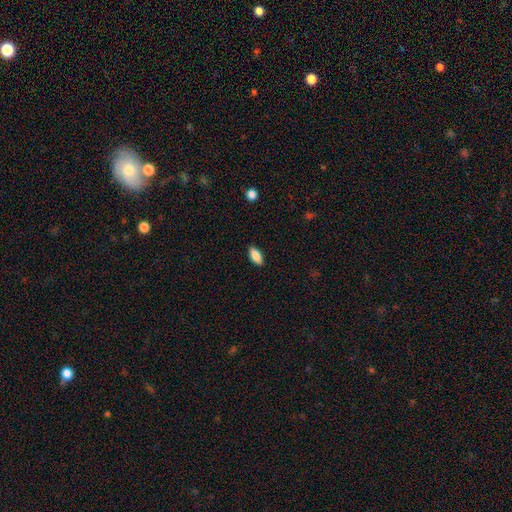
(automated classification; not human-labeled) Overall: smooth (86%). How rounded: in between (86%). Merging: none (89%).